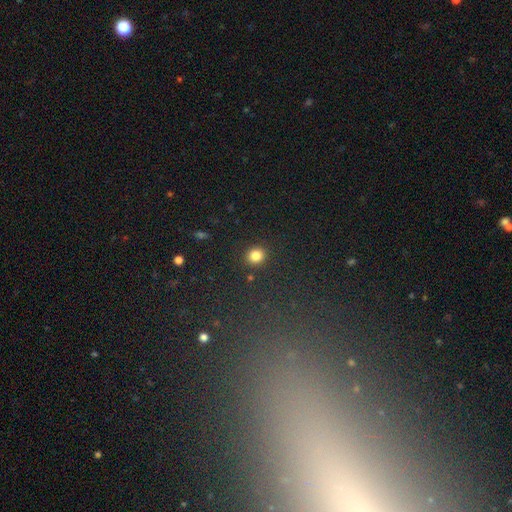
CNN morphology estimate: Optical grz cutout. It shows a smooth galaxy with no disk features (83%) that is round (81%). Merging: none (90%).